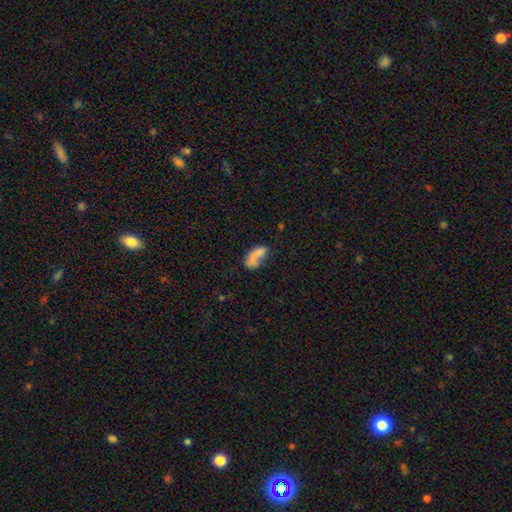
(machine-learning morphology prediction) This appears to be a smooth galaxy with no disk features (67%) that is in between round and cigar-shaped (84%). Merging: none (34%).